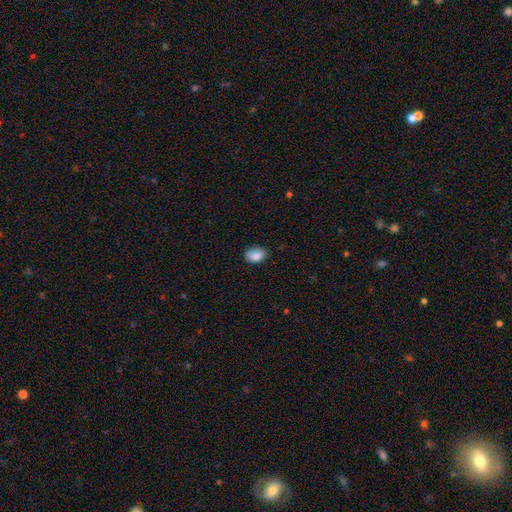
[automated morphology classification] Smooth or featured: smooth — 87% (star or artifact — 8%)
How rounded: in between — 85% (round — 14%)
Merging: none — 76% (minor disturbance — 19%)